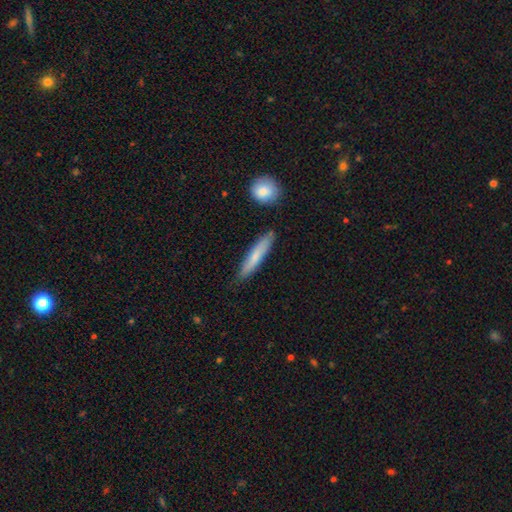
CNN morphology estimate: smooth_or_featured: smooth (p=0.70) [alt: featured or disk p=0.24]
how_rounded: cigar-shaped (p=0.91) [alt: in between p=0.08]
merging: none (p=0.82) [alt: minor disturbance p=0.13]